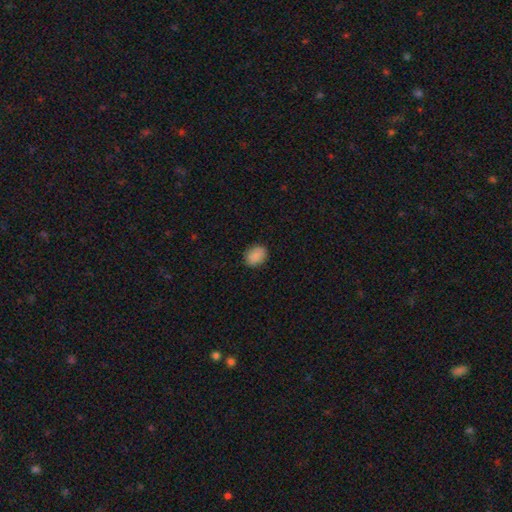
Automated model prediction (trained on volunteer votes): The model was most divided on "how rounded": in between: 61%, round: 38%, cigar-shaped: 1%. More confident: smooth or featured — smooth (89%); merging — none (87%).